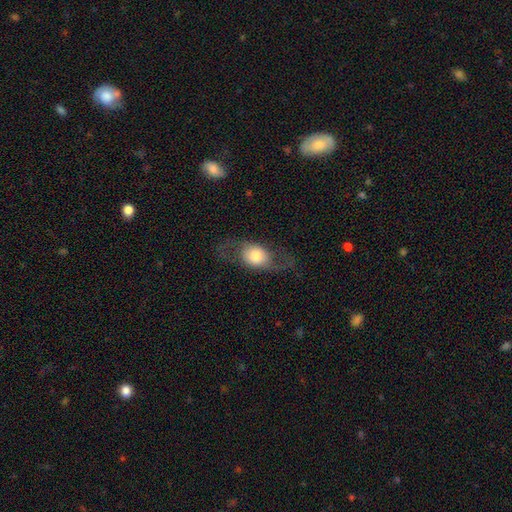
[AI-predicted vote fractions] Morphology: type=smooth (52%); roundness=in between (51%); merging=none (66%).